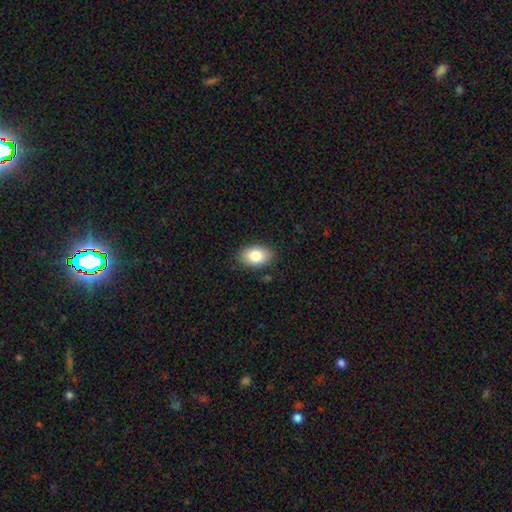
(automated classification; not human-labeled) Q: Smooth or featured?
A: smooth (84%); runner-up: featured or disk (9%)
Q: How rounded?
A: in between (87%); runner-up: round (12%)
Q: Merging?
A: none (86%); runner-up: minor disturbance (11%)